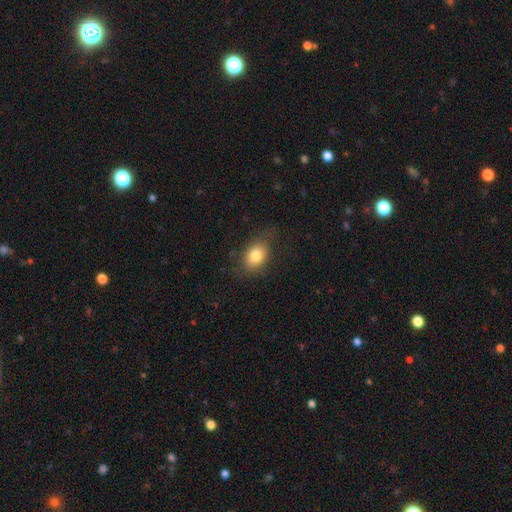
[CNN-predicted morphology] A smooth galaxy with no disk features (80%) that is in between round and cigar-shaped (71%).

Vote fractions:
- Smooth or featured? smooth: 80% / featured or disk: 11% / star or artifact: 10%
- How rounded? in between: 71% / round: 27% / cigar-shaped: 2%
- Merging? none: 70% / minor disturbance: 21% / major disturbance: 8% / merger: 1%